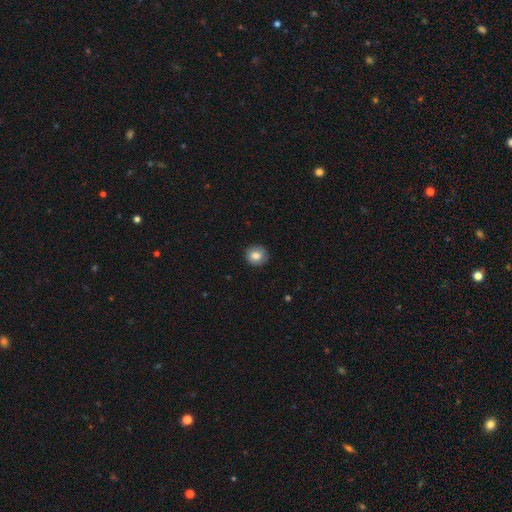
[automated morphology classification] A smooth galaxy with no disk features (82%) that is round (88%).

Vote fractions:
- Smooth or featured? smooth: 82% / featured or disk: 10% / star or artifact: 8%
- How rounded? round: 88% / in between: 11% / cigar-shaped: 1%
- Merging? none: 86% / minor disturbance: 11% / major disturbance: 2% / merger: 1%